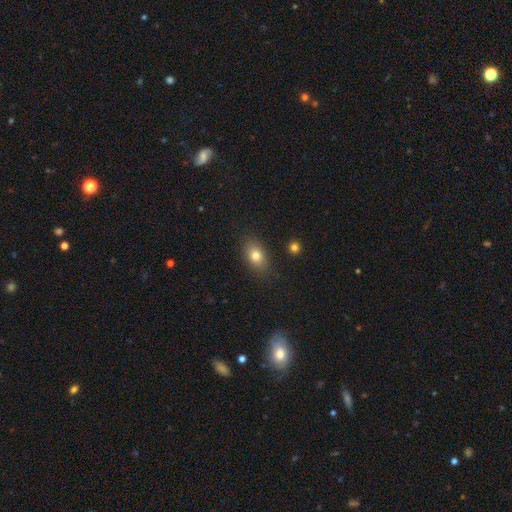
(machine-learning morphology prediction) smooth_or_featured: smooth (p=0.79) [alt: star or artifact p=0.10]
how_rounded: in between (p=0.80) [alt: round p=0.18]
merging: none (p=0.84) [alt: minor disturbance p=0.11]